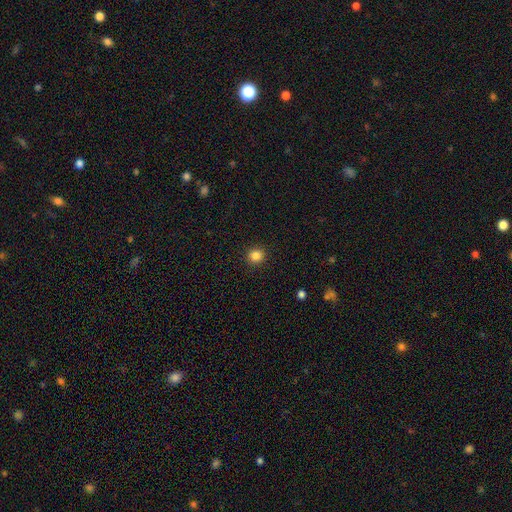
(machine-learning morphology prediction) This is clearly a smooth galaxy (86%). How rounded: clearly round (90%). Merging: clearly none (92%).